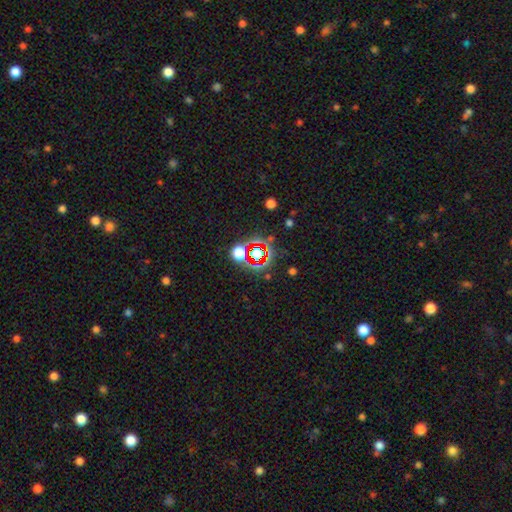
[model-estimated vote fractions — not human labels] A star or artifact, not a galaxy (65%).